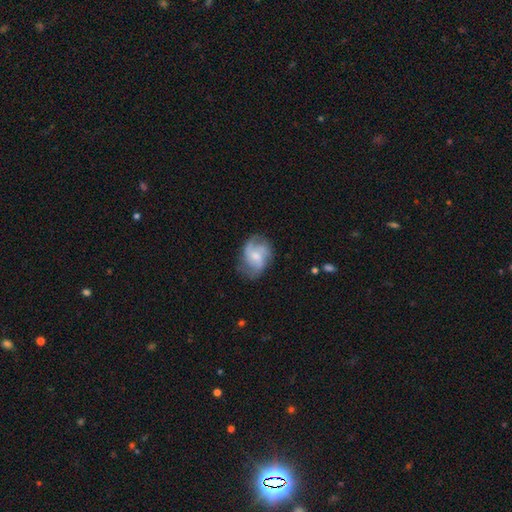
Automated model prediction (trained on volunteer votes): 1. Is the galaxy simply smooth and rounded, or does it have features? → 66% featured or disk, 27% smooth, 7% star or artifact.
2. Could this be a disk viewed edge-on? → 97% no, 3% yes.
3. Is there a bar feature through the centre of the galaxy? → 48% no, 44% weak, 9% strong.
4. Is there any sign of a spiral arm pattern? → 88% yes, 12% no.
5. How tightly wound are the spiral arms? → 44% medium, 39% loose, 17% tight.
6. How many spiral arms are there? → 34% 2, 31% 3, 20% can't tell, 7% 4, 4% 1, 3% more than 4.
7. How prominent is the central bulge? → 43% moderate, 39% small, 12% none, 6% large, 1% dominant.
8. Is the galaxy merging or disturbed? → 61% none, 24% minor disturbance, 14% major disturbance, 2% merger.